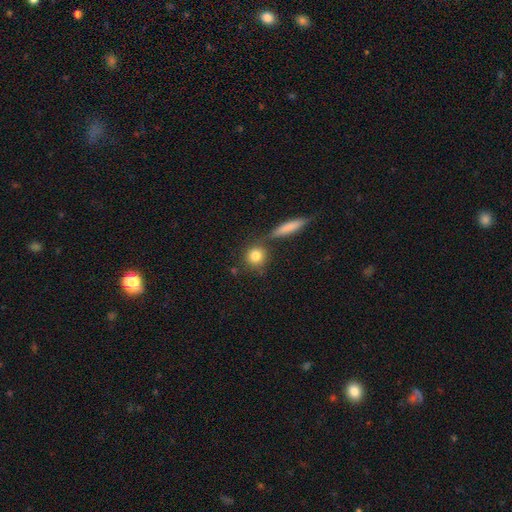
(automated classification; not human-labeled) A smooth galaxy with no disk features (82%) that is round (83%).

Vote fractions:
- Smooth or featured? smooth: 82% / featured or disk: 9% / star or artifact: 9%
- How rounded? round: 83% / in between: 12% / cigar-shaped: 6%
- Merging? none: 73% / merger: 14% / minor disturbance: 10% / major disturbance: 3%